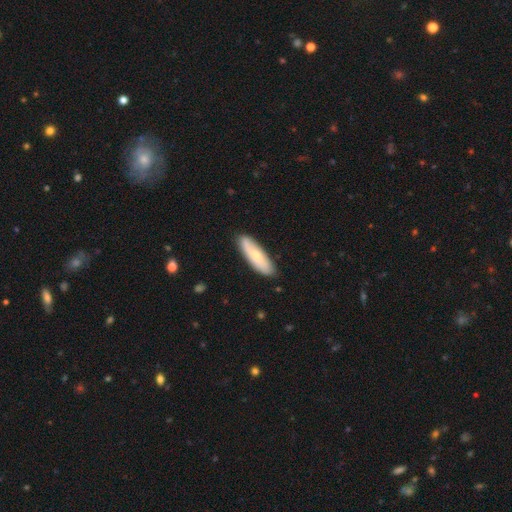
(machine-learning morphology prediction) A smooth galaxy with no disk features (61%) that is cigar-shaped (53%).

Vote fractions:
- Smooth or featured? smooth: 61% / featured or disk: 34% / star or artifact: 5%
- How rounded? cigar-shaped: 53% / in between: 46% / round: 2%
- Merging? none: 83% / minor disturbance: 13% / major disturbance: 2% / merger: 2%